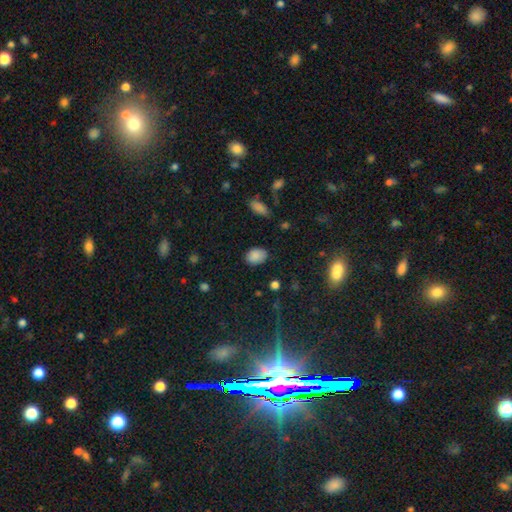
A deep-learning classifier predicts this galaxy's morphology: The model was most divided on "how rounded": in between: 73%, round: 26%, cigar-shaped: 1%. More confident: smooth or featured — smooth (85%); merging — none (81%).